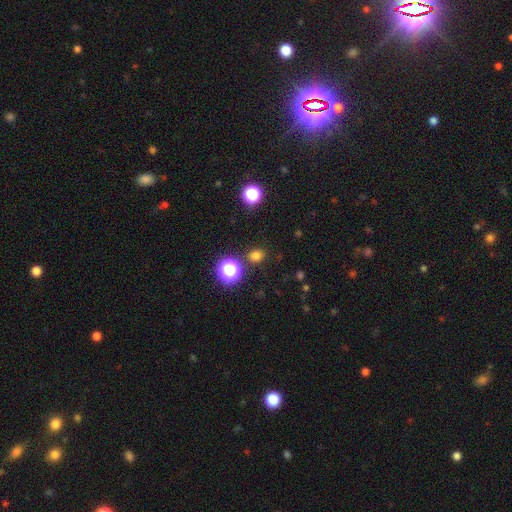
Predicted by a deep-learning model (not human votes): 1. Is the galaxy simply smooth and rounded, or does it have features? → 75% smooth, 20% star or artifact, 5% featured or disk.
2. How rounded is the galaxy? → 71% round, 28% in between, 1% cigar-shaped.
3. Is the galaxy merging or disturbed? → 86% none, 8% minor disturbance, 3% merger, 3% major disturbance.